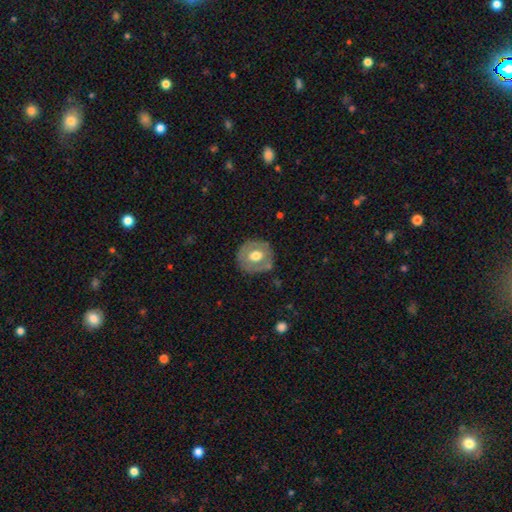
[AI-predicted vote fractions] Overall: smooth (52%; featured or disk 42%). How rounded: round (84%). Merging: none (77%).